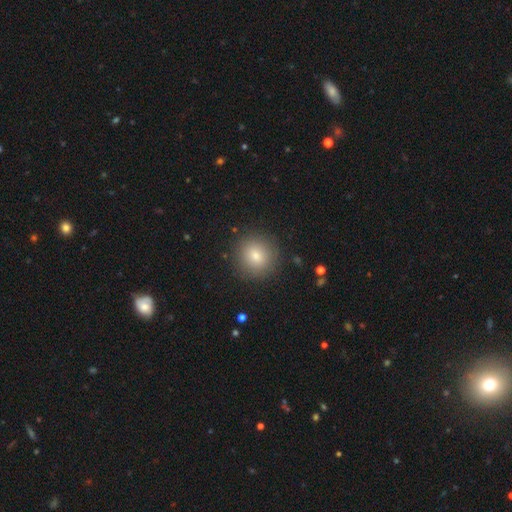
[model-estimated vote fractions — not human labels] This is clearly a smooth galaxy (81%). How rounded: clearly round (91%). Merging: clearly none (88%).